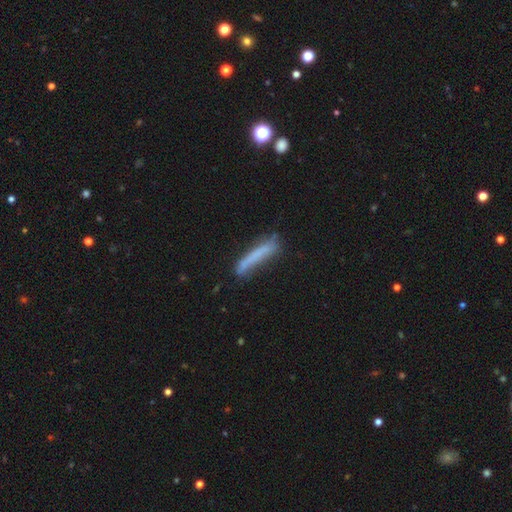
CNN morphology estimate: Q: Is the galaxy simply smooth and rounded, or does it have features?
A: smooth — 62%.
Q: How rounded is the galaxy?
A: cigar-shaped — 91%.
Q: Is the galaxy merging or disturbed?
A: none — 59%.